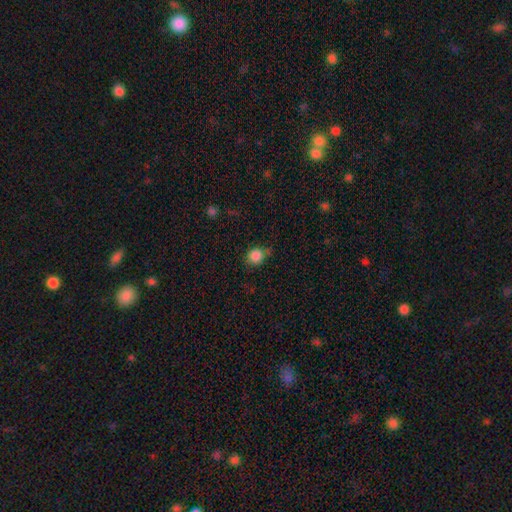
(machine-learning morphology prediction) This is clearly a smooth galaxy (86%). How rounded: clearly round (84%). Merging: likely none (68%).